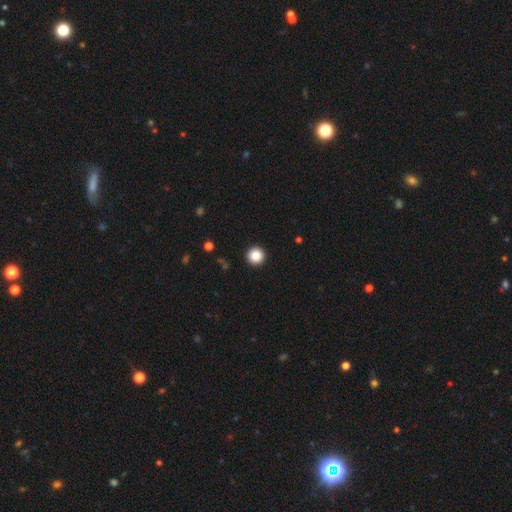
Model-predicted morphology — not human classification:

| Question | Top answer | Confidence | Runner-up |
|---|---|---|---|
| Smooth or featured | smooth | 86% | star or artifact (10%) |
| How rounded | round | 96% | in between (3%) |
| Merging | none | 93% | minor disturbance (4%) |